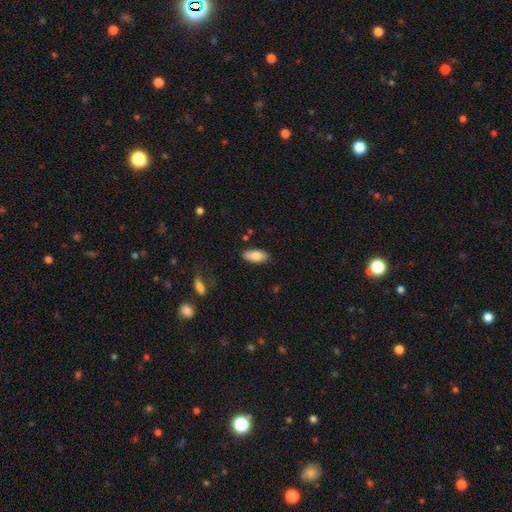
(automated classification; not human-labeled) Smooth or featured? smooth (79%)
How rounded? in between (91%)
Merging? none (84%)